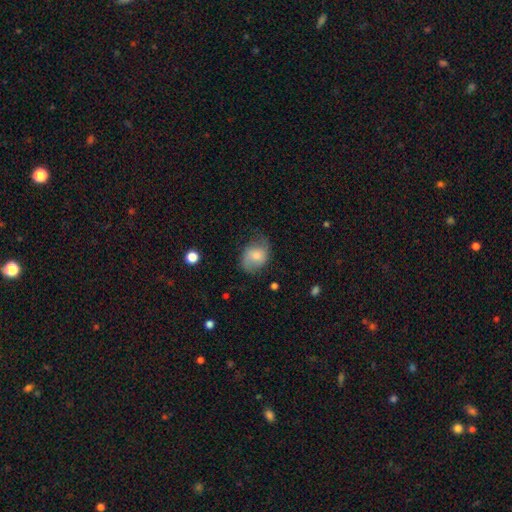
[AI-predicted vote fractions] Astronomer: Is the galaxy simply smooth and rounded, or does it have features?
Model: smooth — 62%.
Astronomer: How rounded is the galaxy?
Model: in between — 61% (runner-up: round, 38%).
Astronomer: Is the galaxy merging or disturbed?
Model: none — 53% (runner-up: minor disturbance, 31%).